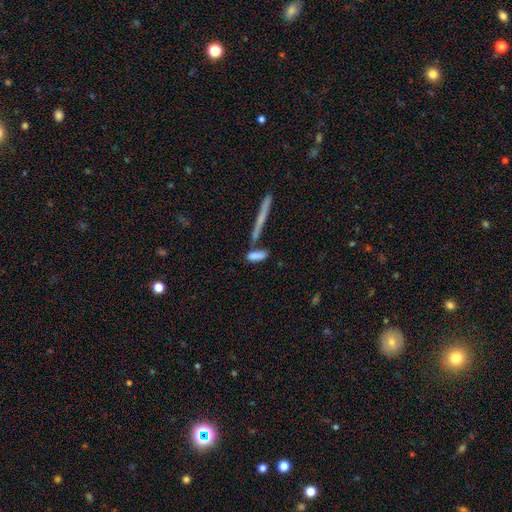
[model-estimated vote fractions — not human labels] This is likely a smooth galaxy (77%). How rounded: possibly cigar-shaped (52%). Merging: possibly none (54%).